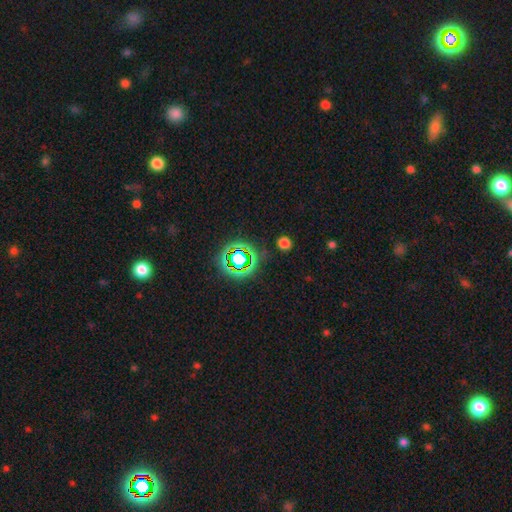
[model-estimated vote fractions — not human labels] Smooth or featured? star or artifact (67%)